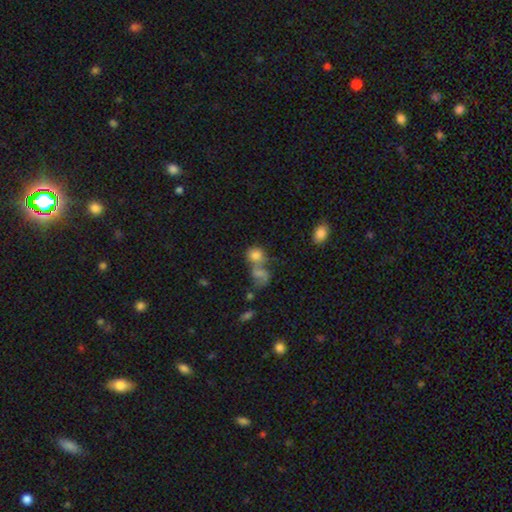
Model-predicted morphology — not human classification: This appears to be a smooth galaxy with no disk features (75%) that is round (69%). Merging: merger (56%).